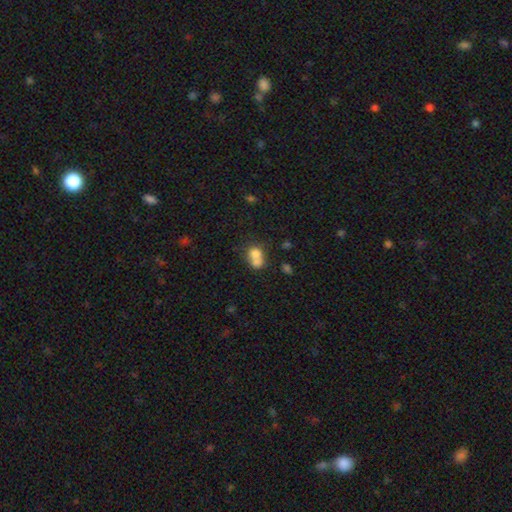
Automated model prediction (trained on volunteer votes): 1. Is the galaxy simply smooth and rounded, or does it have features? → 72% smooth, 17% featured or disk, 11% star or artifact.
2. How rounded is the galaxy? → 58% round, 41% in between, 1% cigar-shaped.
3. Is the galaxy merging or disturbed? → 63% merger, 23% none, 8% minor disturbance, 5% major disturbance.